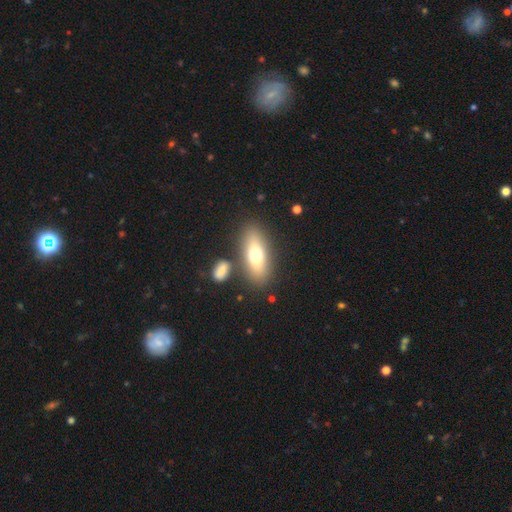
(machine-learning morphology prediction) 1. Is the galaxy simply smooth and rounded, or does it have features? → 68% smooth, 24% featured or disk, 8% star or artifact.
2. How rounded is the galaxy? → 71% in between, 25% cigar-shaped, 4% round.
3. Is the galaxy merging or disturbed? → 78% none, 10% minor disturbance, 8% merger, 3% major disturbance.